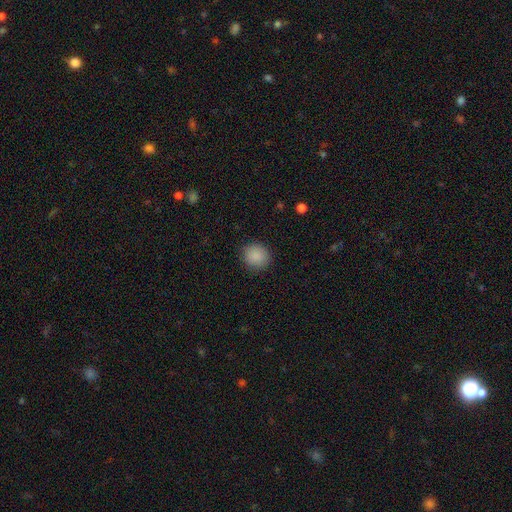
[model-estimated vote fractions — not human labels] smooth_or_featured: smooth (p=0.89) [alt: star or artifact p=0.08]
how_rounded: round (p=0.88) [alt: in between p=0.11]
merging: none (p=0.89) [alt: minor disturbance p=0.08]